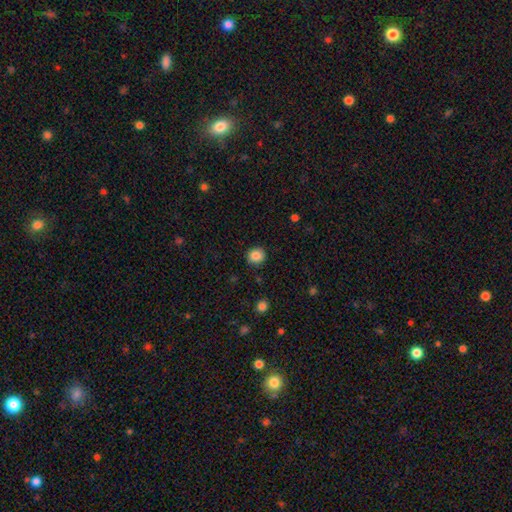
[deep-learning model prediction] Q: Smooth or featured?
A: smooth (86%); runner-up: star or artifact (10%)
Q: How rounded?
A: round (87%); runner-up: in between (12%)
Q: Merging?
A: none (90%); runner-up: minor disturbance (7%)